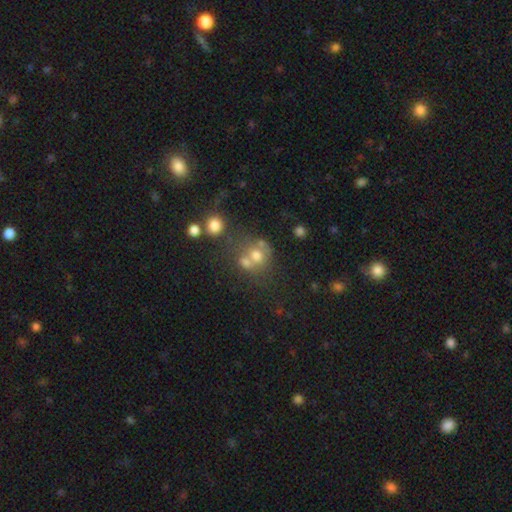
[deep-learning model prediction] This appears to be a smooth galaxy with no disk features (62%) that is round (75%). Merging: merger (46%).